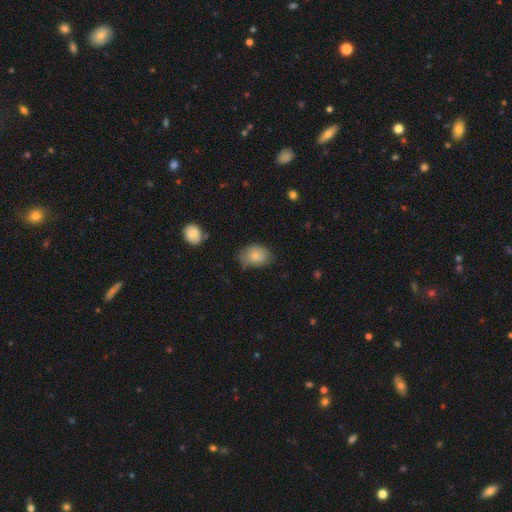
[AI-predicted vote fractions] Smooth or featured: smooth — 81% (featured or disk — 11%)
How rounded: in between — 75% (round — 24%)
Merging: none — 65% (minor disturbance — 27%)